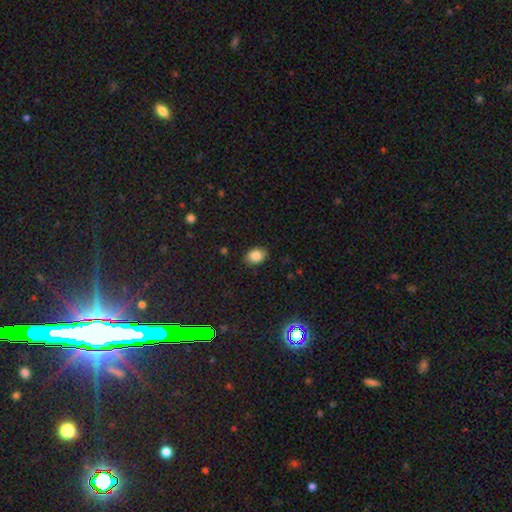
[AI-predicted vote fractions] The model was most divided on "how rounded": in between: 74%, round: 25%, cigar-shaped: 1%. More confident: merging — none (85%); smooth or featured — smooth (85%).